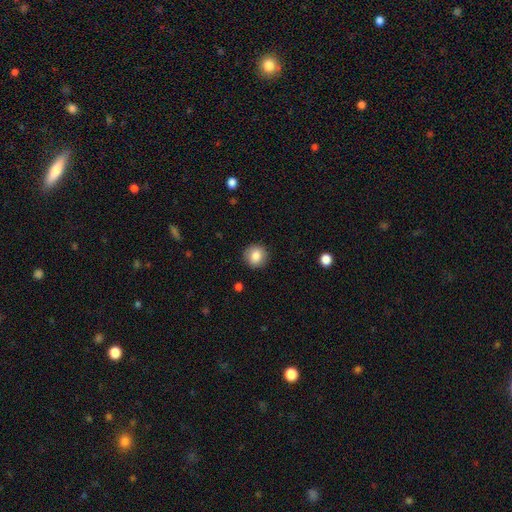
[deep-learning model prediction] Smooth or featured?
  - smooth: 86% *
  - star or artifact: 9%
  - featured or disk: 6%
How rounded?
  - round: 90% *
  - in between: 9%
  - cigar-shaped: 1%
Merging?
  - none: 89% *
  - minor disturbance: 8%
  - major disturbance: 2%
  - merger: 1%